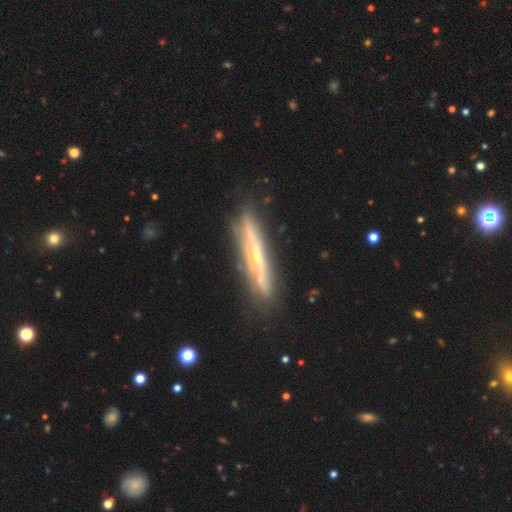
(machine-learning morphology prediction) This appears to be a featured or disk galaxy (74%) viewed edge-on (88%) with a rounded central bulge (63%). Merging: none (81%).